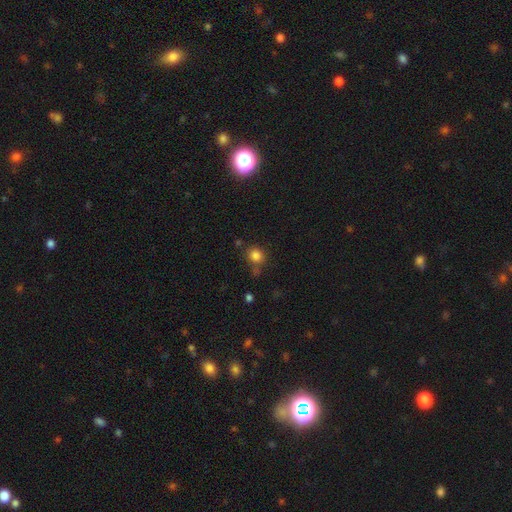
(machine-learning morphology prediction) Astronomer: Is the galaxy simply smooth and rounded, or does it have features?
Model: smooth — 82%.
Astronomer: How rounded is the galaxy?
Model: round — 82%.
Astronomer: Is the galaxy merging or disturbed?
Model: none — 69%.